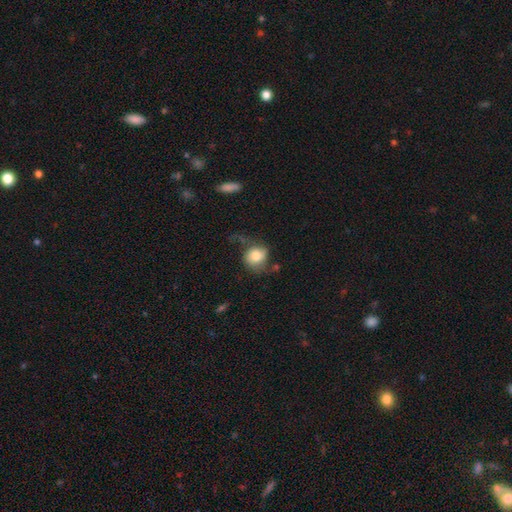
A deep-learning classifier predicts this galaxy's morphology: This is likely a smooth galaxy (71%). How rounded: likely round (76%). Merging: possibly none (46%).